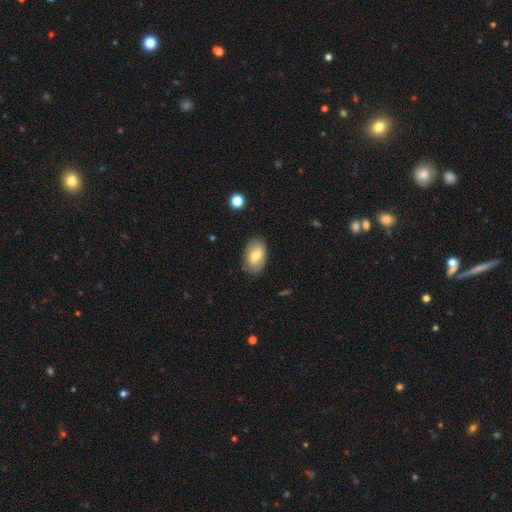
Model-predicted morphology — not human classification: This appears to be a smooth galaxy with no disk features (73%) that is in between round and cigar-shaped (90%). Merging: none (82%).